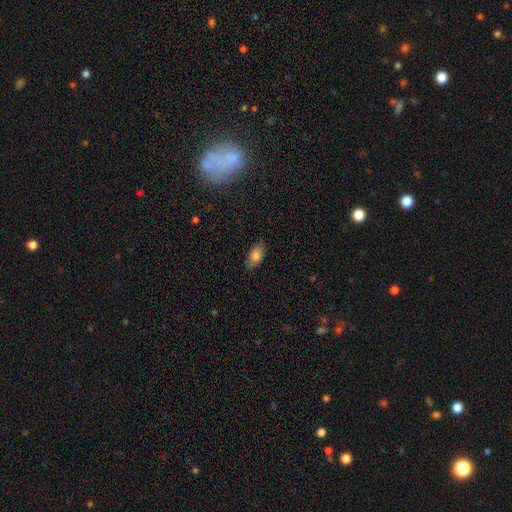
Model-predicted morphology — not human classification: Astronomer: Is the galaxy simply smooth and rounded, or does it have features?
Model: smooth — 79%.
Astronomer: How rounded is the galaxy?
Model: in between — 91%.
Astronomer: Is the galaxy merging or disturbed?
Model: none — 86%.